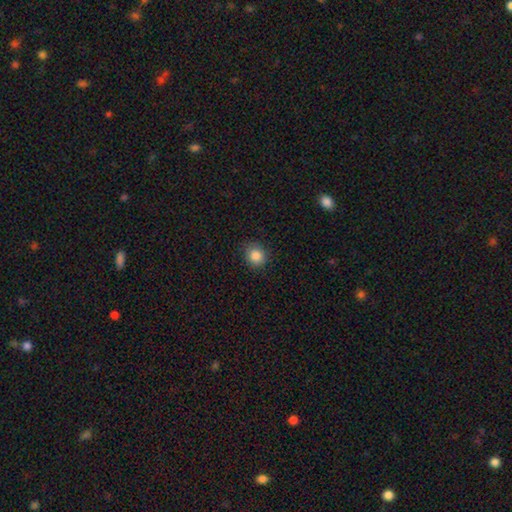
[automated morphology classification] Smooth or featured?
  - smooth: 86% *
  - star or artifact: 10%
  - featured or disk: 4%
How rounded?
  - round: 80% *
  - in between: 19%
  - cigar-shaped: 1%
Merging?
  - none: 86% *
  - minor disturbance: 10%
  - major disturbance: 3%
  - merger: 1%